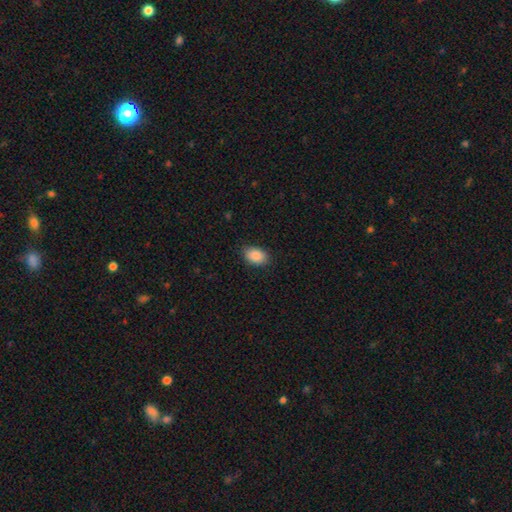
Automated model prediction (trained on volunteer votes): smooth 89%, star or artifact 7%, featured or disk 3%. Down the decision tree: how rounded — in between (85%); merging — none (86%).